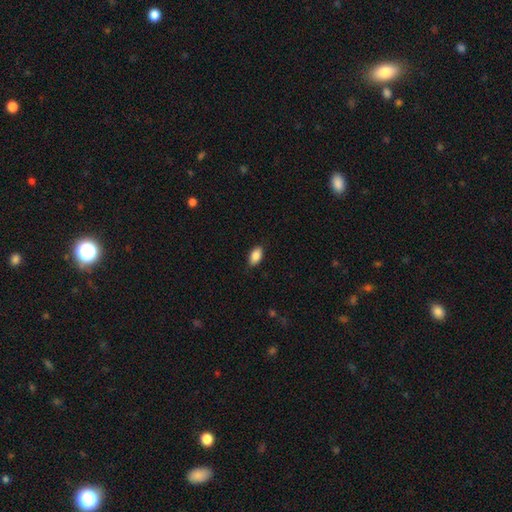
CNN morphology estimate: This appears to be a smooth galaxy with no disk features (87%) that is in between round and cigar-shaped (92%). Merging: none (83%).